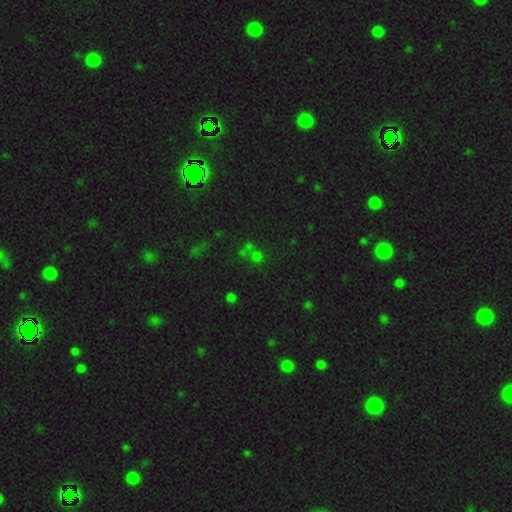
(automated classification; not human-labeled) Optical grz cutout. It shows a star or artifact, not a galaxy (50%).